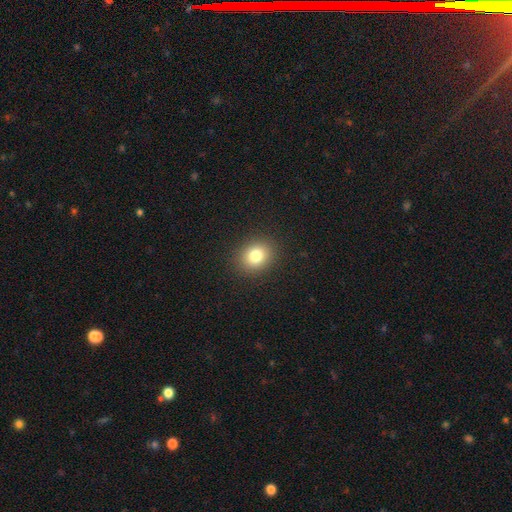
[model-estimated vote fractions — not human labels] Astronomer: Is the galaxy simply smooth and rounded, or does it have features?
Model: smooth — 80%.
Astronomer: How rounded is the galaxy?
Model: round — 65%.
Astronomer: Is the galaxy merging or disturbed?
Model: none — 90%.